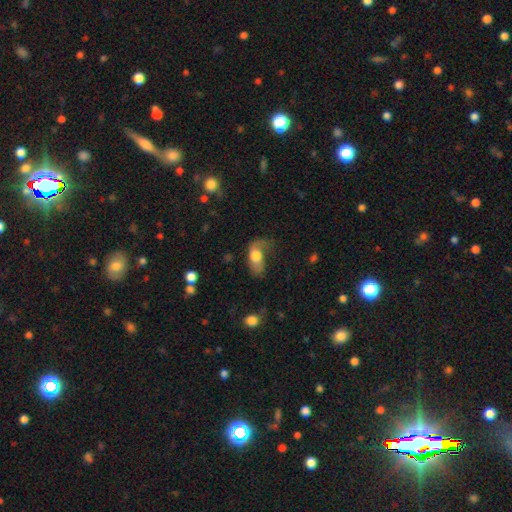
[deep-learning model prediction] This appears to be a smooth galaxy with no disk features (60%) that is in between round and cigar-shaped (85%). Merging: major disturbance (45%).